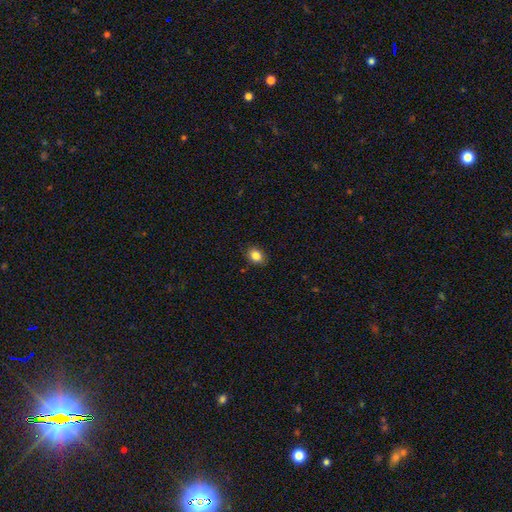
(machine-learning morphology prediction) A smooth galaxy with no disk features (84%) that is in between round and cigar-shaped (60%). Merging: none (87%).